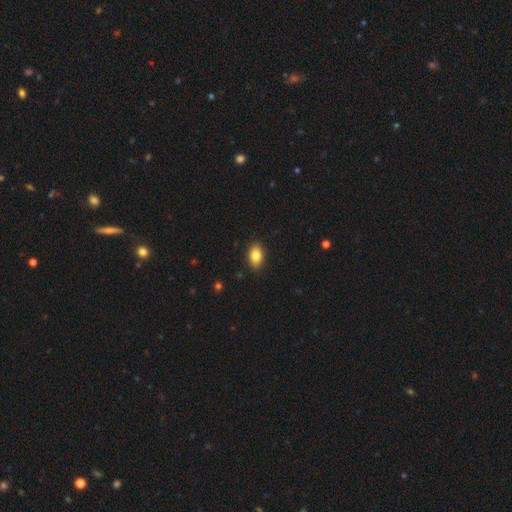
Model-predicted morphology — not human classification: A smooth galaxy with no disk features (85%) that is in between round and cigar-shaped (88%).

Vote fractions:
- Smooth or featured? smooth: 85% / star or artifact: 8% / featured or disk: 7%
- How rounded? in between: 88% / round: 10% / cigar-shaped: 2%
- Merging? none: 89% / minor disturbance: 8% / major disturbance: 2% / merger: 1%